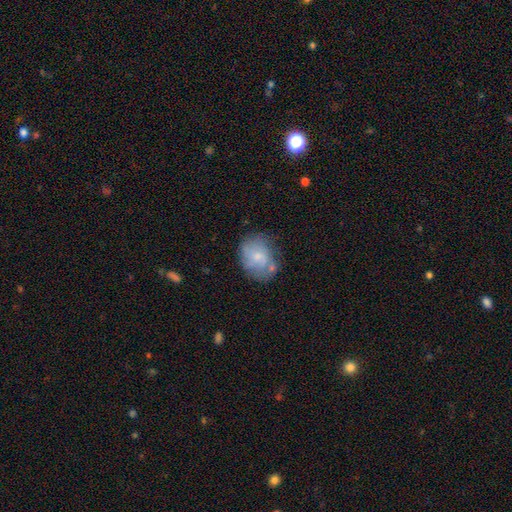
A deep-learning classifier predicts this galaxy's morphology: smooth_or_featured: smooth (p=0.54) [alt: featured or disk p=0.38]
how_rounded: in between (p=0.54) [alt: round p=0.45]
merging: none (p=0.53) [alt: minor disturbance p=0.27]